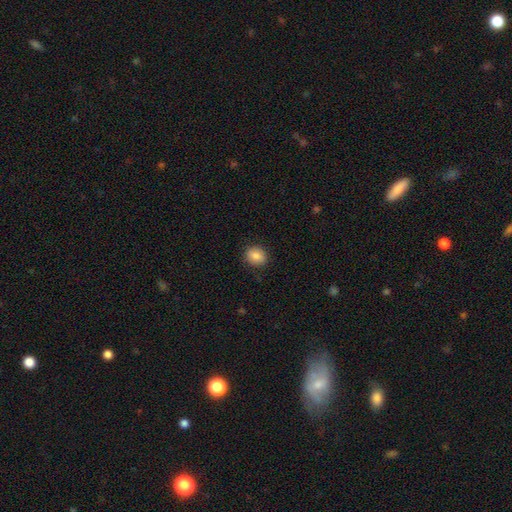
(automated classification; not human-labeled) Smooth or featured?
  - smooth: 85% *
  - star or artifact: 9%
  - featured or disk: 6%
How rounded?
  - round: 65% *
  - in between: 34%
  - cigar-shaped: 1%
Merging?
  - none: 88% *
  - minor disturbance: 9%
  - major disturbance: 2%
  - merger: 1%